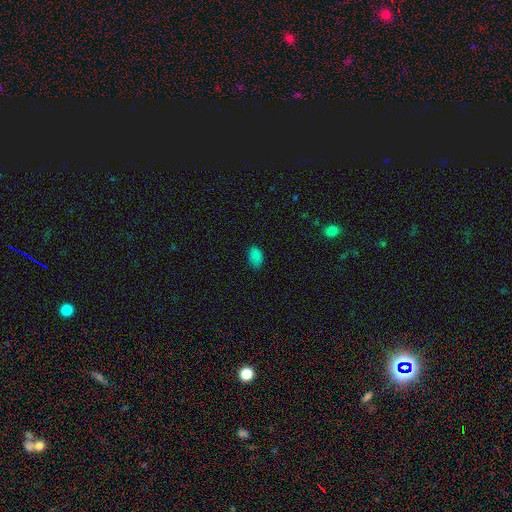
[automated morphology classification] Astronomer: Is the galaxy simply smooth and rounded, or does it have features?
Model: smooth — 83%.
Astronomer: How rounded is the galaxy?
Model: in between — 89%.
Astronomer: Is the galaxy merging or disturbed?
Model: none — 78%.